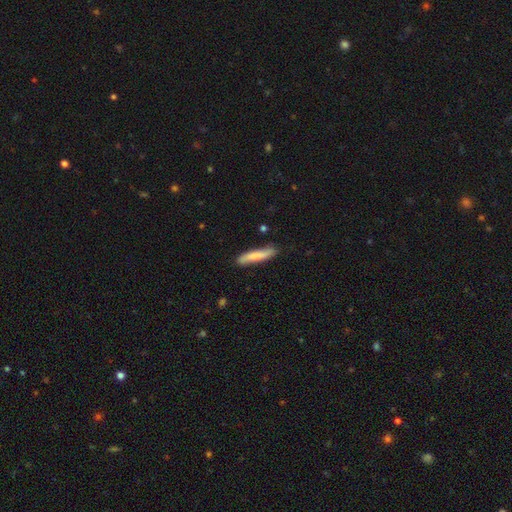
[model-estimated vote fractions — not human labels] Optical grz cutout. It shows a smooth galaxy with no disk features (73%) that is cigar-shaped (88%). Merging: none (81%).